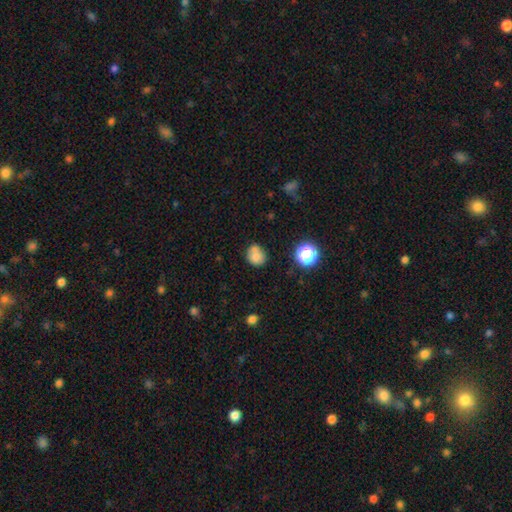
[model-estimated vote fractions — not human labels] Overall: smooth (73%). How rounded: round (73%). Merging: none (50%; merger 27%).